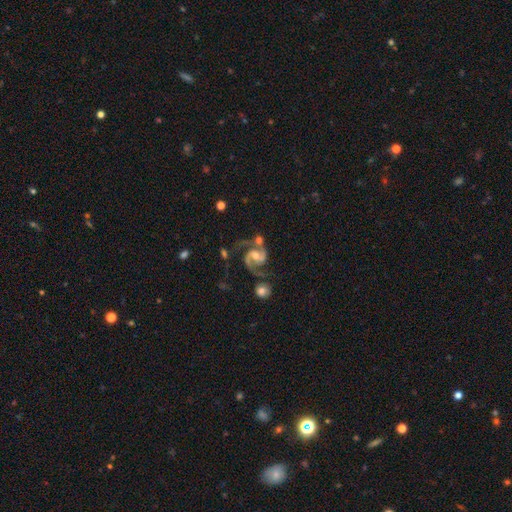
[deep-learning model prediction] Smooth or featured?
  - featured or disk: 92% *
  - star or artifact: 4%
  - smooth: 4%
Edge-on disk?
  - no: 98% *
  - yes: 2%
Bar?
  - weak: 45% *
  - no: 36%
  - strong: 19%
Spiral arms?
  - yes: 98% *
  - no: 2%
Spiral winding?
  - medium: 64% *
  - loose: 18%
  - tight: 18%
Spiral arm count?
  - 2: 93% *
  - 3: 2%
  - can't tell: 2%
  - 1: 1%
  - 4: 1%
  - more than 4: 1%
Bulge size?
  - moderate: 56% *
  - small: 35%
  - large: 4%
  - none: 4%
  - dominant: 1%
Merging?
  - none: 55% *
  - minor disturbance: 19%
  - merger: 16%
  - major disturbance: 10%